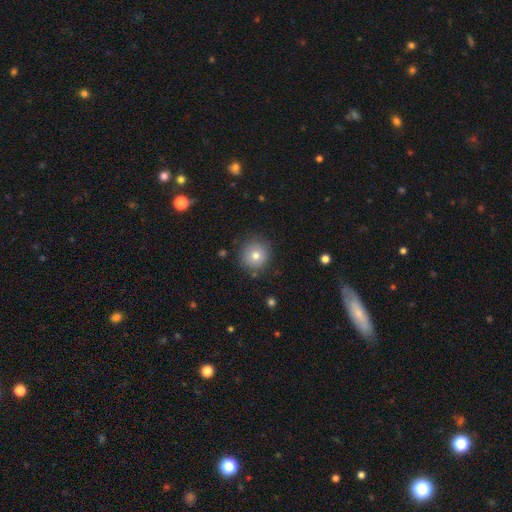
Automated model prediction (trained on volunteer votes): This is likely a smooth galaxy (77%). How rounded: clearly round (92%). Merging: clearly none (86%).